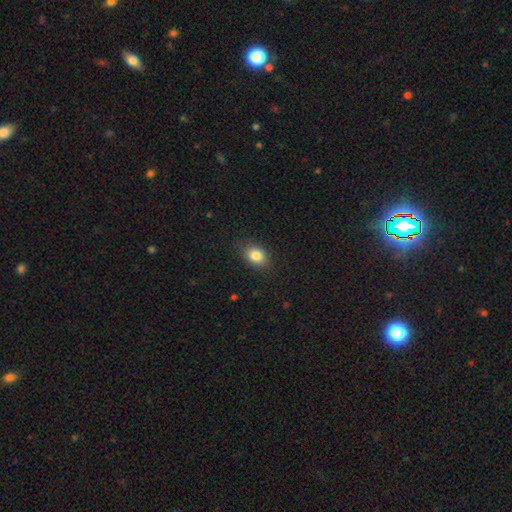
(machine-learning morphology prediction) smooth_or_featured: smooth (p=0.85) [alt: star or artifact p=0.09]
how_rounded: in between (p=0.70) [alt: round p=0.29]
merging: none (p=0.86) [alt: minor disturbance p=0.11]